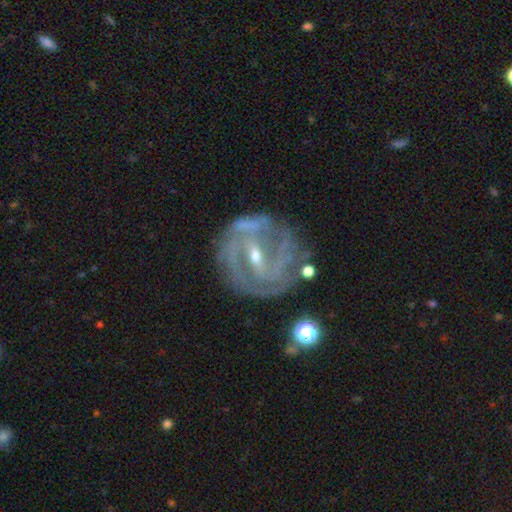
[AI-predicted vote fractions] smooth_or_featured: featured or disk (p=0.87) [alt: smooth p=0.06]
disk_edge_on: no (p=0.96) [alt: yes p=0.04]
bar: strong (p=0.49) [alt: weak p=0.39]
has_spiral_arms: yes (p=0.93) [alt: no p=0.07]
spiral_winding: tight (p=0.60) [alt: medium p=0.32]
spiral_arm_count: 2 (p=0.35) [alt: can't tell p=0.24]
bulge_size: small (p=0.56) [alt: moderate p=0.40]
merging: none (p=0.70) [alt: minor disturbance p=0.18]